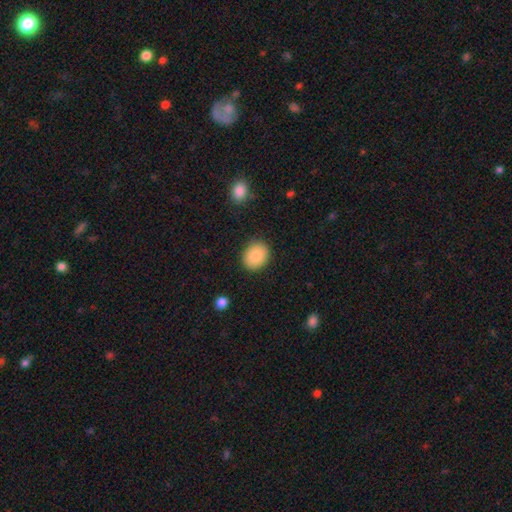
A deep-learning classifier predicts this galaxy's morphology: Smooth or featured: smooth — 87% (star or artifact — 7%)
How rounded: round — 58% (in between — 41%)
Merging: none — 87% (minor disturbance — 9%)